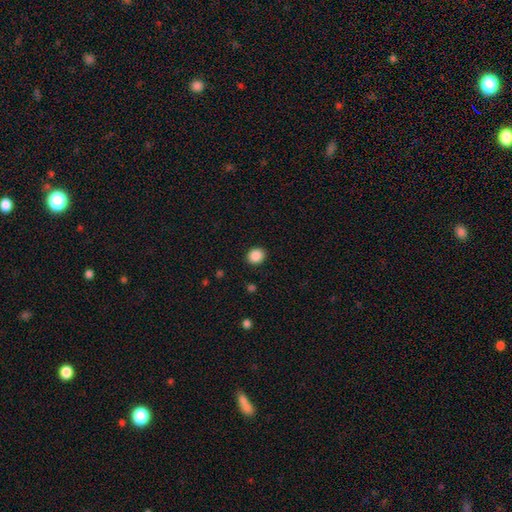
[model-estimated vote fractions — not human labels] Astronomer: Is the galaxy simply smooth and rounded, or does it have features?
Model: smooth — 88%.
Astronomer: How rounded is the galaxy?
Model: round — 69%.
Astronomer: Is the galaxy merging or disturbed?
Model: none — 90%.